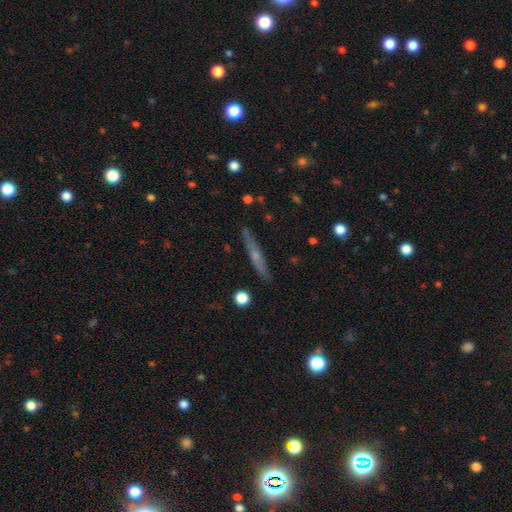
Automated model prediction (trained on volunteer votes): The model was most divided on "smooth or featured": featured or disk: 57%, smooth: 36%, star or artifact: 7%. More confident: edge-on disk — yes (95%); merging — none (89%); edge-on bulge — rounded (61%).